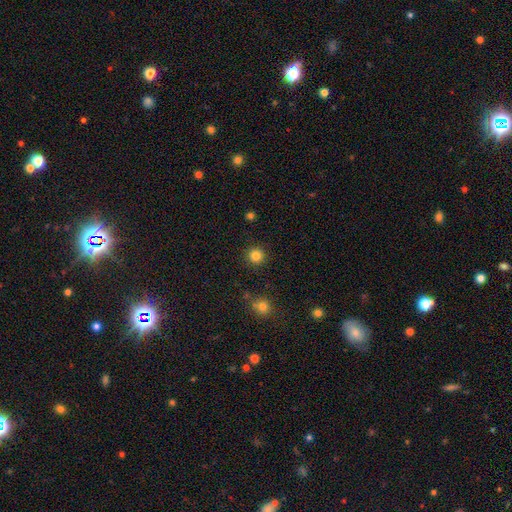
Smooth or featured? smooth (90%)
How rounded? round (94%)
Merging? none (97%)